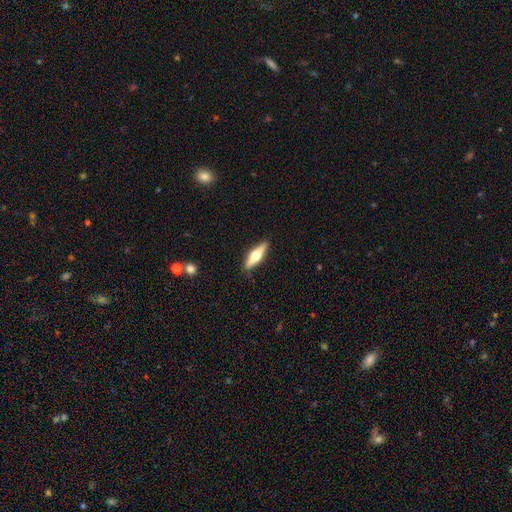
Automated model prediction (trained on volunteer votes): Overall: featured or disk (61%; smooth 34%). Edge-on disk: yes (95%). Edge-on bulge: rounded (95%). Merging: none (89%).